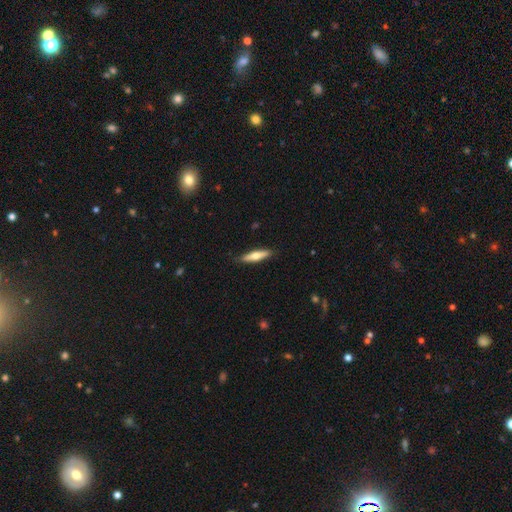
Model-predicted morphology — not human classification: Smooth or featured? smooth (58%)
How rounded? cigar-shaped (78%)
Merging? none (88%)